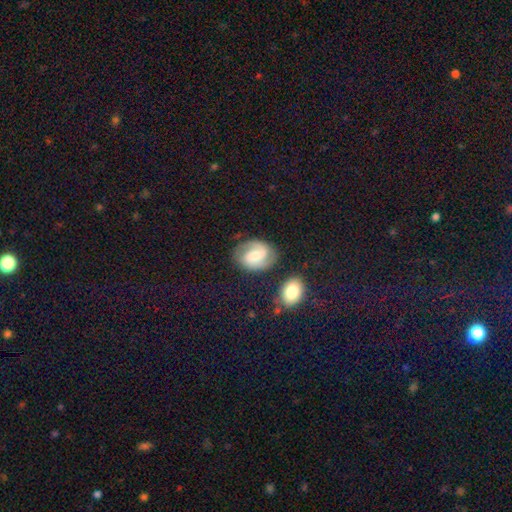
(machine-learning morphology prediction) Smooth or featured? Predicted: featured or disk (p=0.76). Edge-on disk? Predicted: no (p=0.98). Bar? Predicted: weak (p=0.48). Spiral arms? Predicted: yes (p=0.95). Spiral winding? Predicted: medium (p=0.52). Spiral arm count? Predicted: 2 (p=0.90). Bulge size? Predicted: moderate (p=0.55). Merging? Predicted: none (p=0.78).